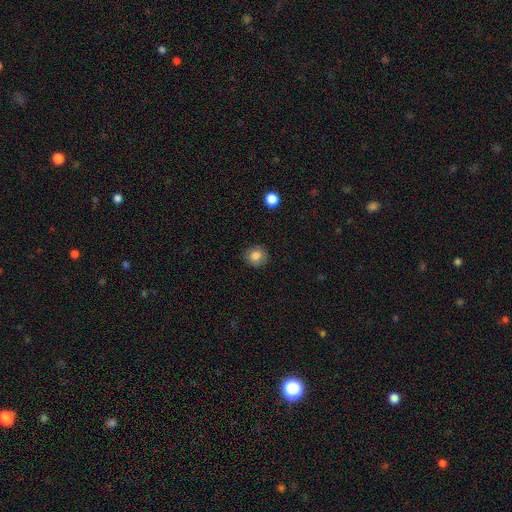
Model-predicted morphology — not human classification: type=smooth (83%); roundness=round (89%); merging=none (88%).